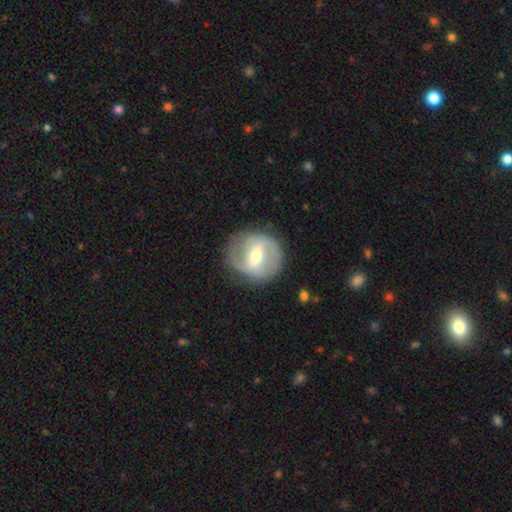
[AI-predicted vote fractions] A featured or disk galaxy (73%) with a strong bar (48%), 2 (81%) medium (43%) spiral arms (75%) and a moderate central bulge (62%). Merging: none (81%).